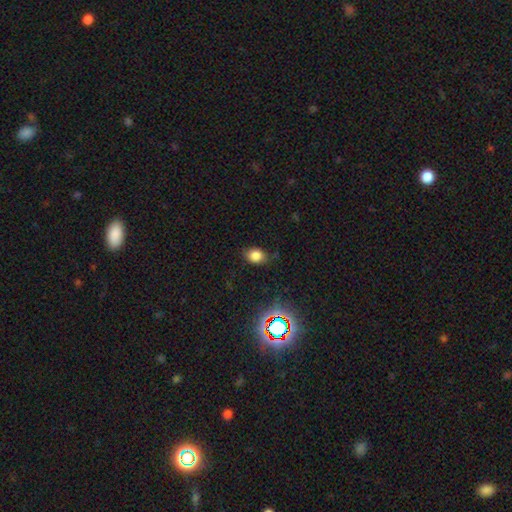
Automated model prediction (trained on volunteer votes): Smooth or featured?
  - smooth: 79% *
  - star or artifact: 15%
  - featured or disk: 6%
How rounded?
  - in between: 61% *
  - round: 38%
  - cigar-shaped: 1%
Merging?
  - none: 77% *
  - minor disturbance: 17%
  - major disturbance: 4%
  - merger: 2%